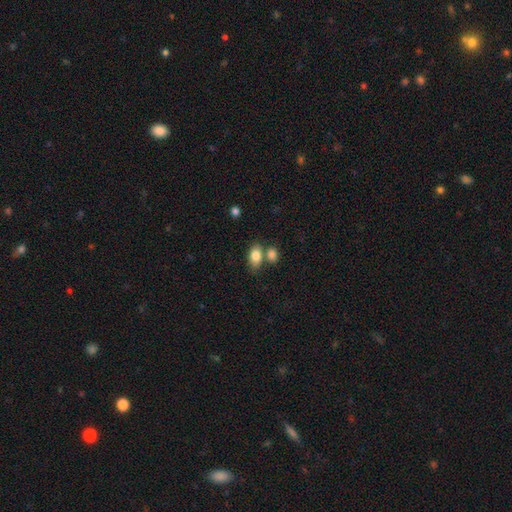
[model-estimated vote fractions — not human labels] Q: Smooth or featured?
A: smooth (84%); runner-up: featured or disk (9%)
Q: How rounded?
A: in between (87%); runner-up: round (11%)
Q: Merging?
A: none (52%); runner-up: merger (32%)